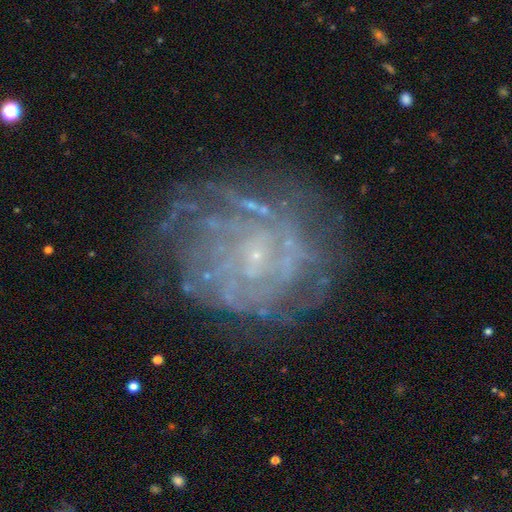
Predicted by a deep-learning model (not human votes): Smooth or featured: featured or disk — 78% (smooth — 11%)
Edge-on disk: no — 98% (yes — 2%)
Bar: no — 73% (weak — 22%)
Spiral arms: yes — 77% (no — 23%)
Spiral winding: tight — 64% (medium — 24%)
Spiral arm count: can't tell — 50% (more than 4 — 12%)
Bulge size: small — 76% (none — 16%)
Merging: none — 65% (minor disturbance — 18%)